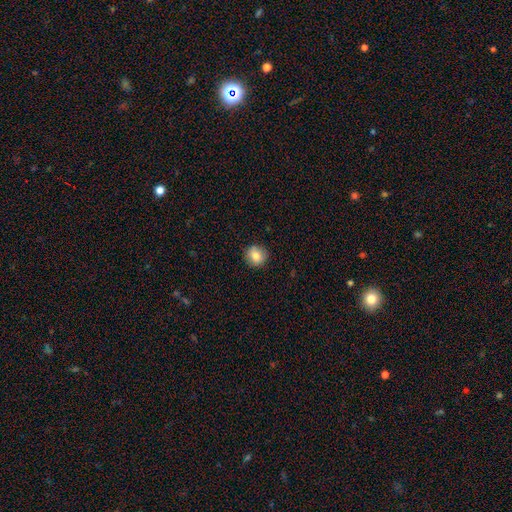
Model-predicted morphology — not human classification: type=smooth (80%); roundness=round (89%); merging=none (88%).